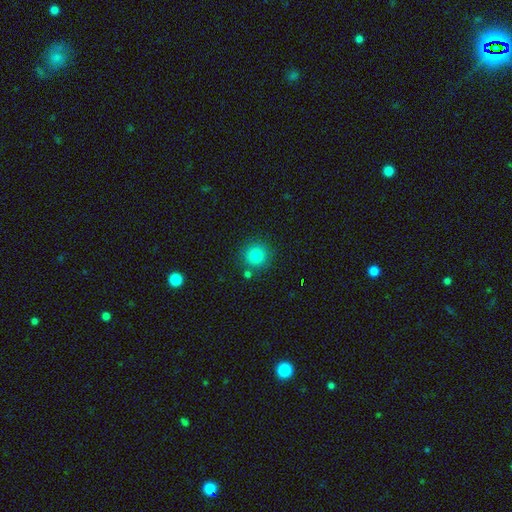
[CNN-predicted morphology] type=smooth (83%); roundness=round (94%); merging=none (84%).